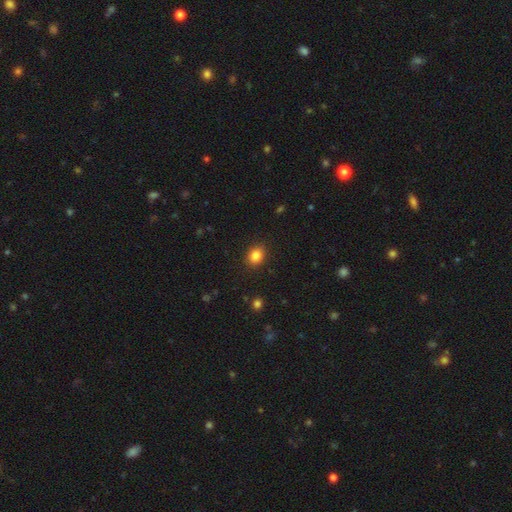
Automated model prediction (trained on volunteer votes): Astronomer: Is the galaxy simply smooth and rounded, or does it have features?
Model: smooth — 85%.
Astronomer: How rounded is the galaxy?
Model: in between — 52% (runner-up: round, 47%).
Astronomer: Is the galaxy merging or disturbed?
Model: none — 89%.